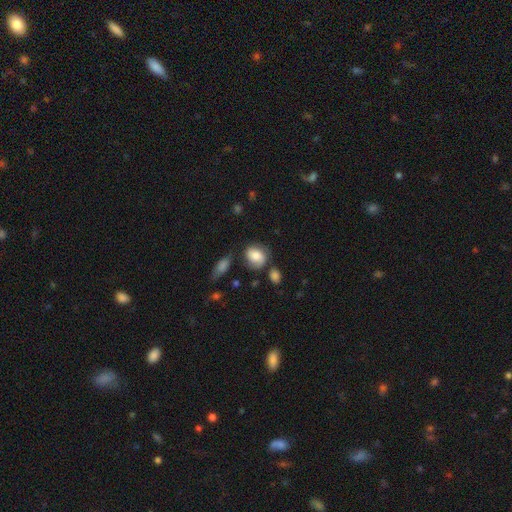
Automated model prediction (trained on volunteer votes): Overall: smooth (71%). How rounded: round (51%; in between 48%). Merging: none (58%; minor disturbance 25%).